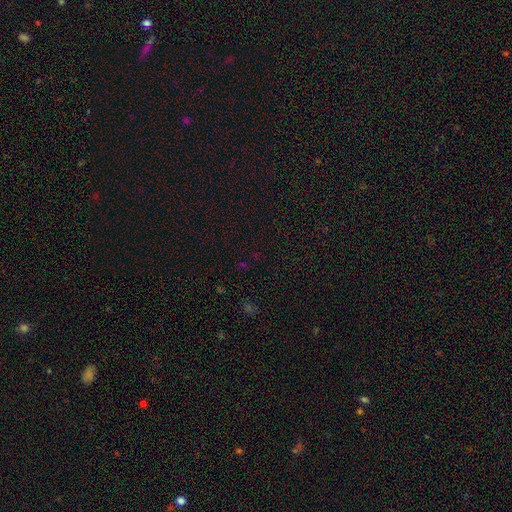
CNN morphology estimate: Overall: star or artifact (66%; smooth 27%).